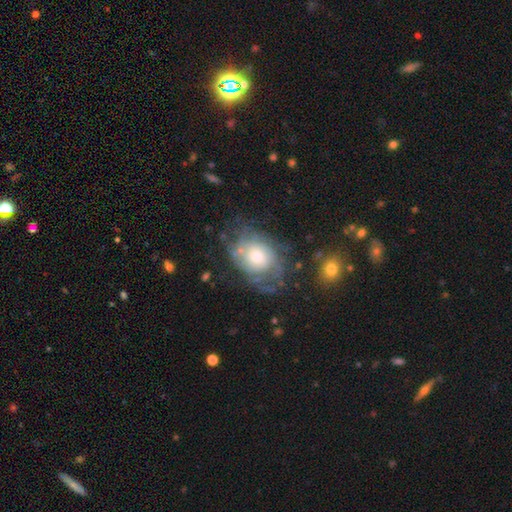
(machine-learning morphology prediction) Q: Smooth or featured?
A: featured or disk (66%); runner-up: smooth (26%)
Q: Edge-on disk?
A: no (96%); runner-up: yes (4%)
Q: Bar?
A: no (82%); runner-up: weak (16%)
Q: Spiral arms?
A: yes (76%); runner-up: no (24%)
Q: Bulge size?
A: moderate (51%); runner-up: small (30%)
Q: Merging?
A: none (57%); runner-up: minor disturbance (22%)